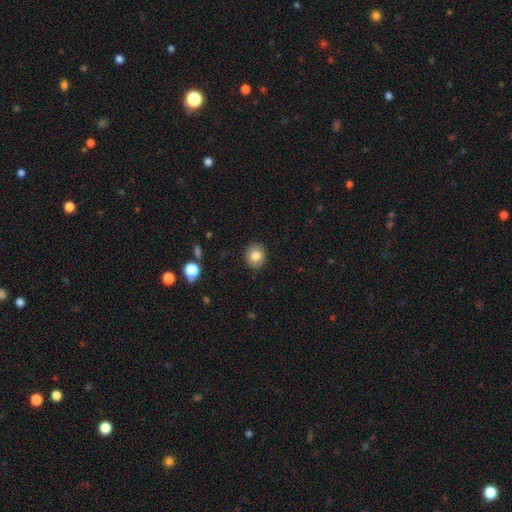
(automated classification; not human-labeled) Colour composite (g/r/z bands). It shows a smooth galaxy with no disk features (82%) that is round (76%). Merging: none (90%).